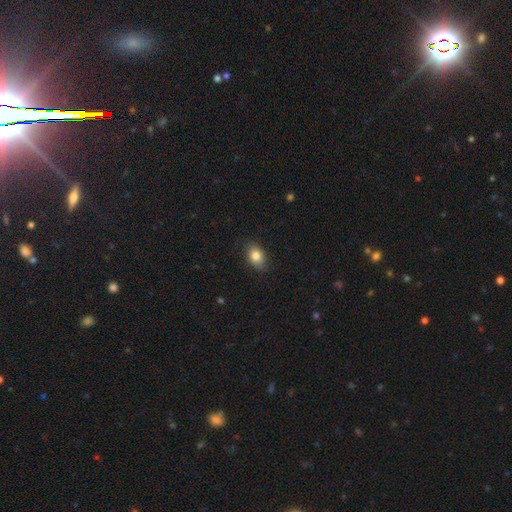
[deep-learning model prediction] This appears to be a smooth galaxy with no disk features (82%) that is in between round and cigar-shaped (79%). Merging: none (86%).